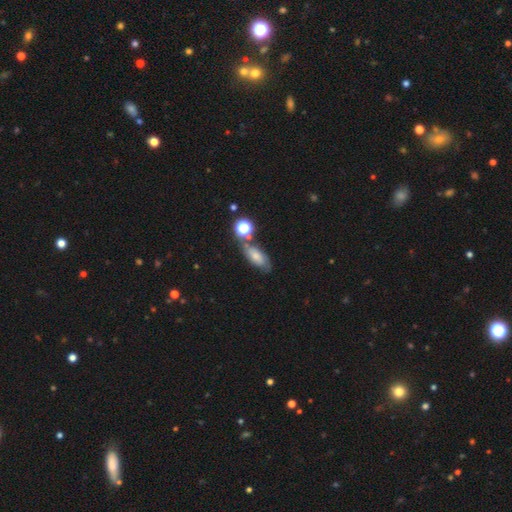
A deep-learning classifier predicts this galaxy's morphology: Q: Smooth or featured?
A: smooth (57%); runner-up: featured or disk (28%)
Q: How rounded?
A: in between (77%); runner-up: cigar-shaped (15%)
Q: Merging?
A: none (59%); runner-up: minor disturbance (19%)